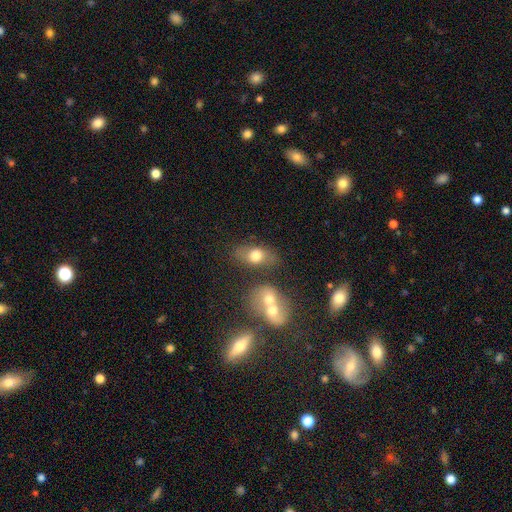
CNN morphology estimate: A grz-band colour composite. It shows a smooth galaxy with no disk features (69%) that is in between round and cigar-shaped (79%). Merging: none (61%).